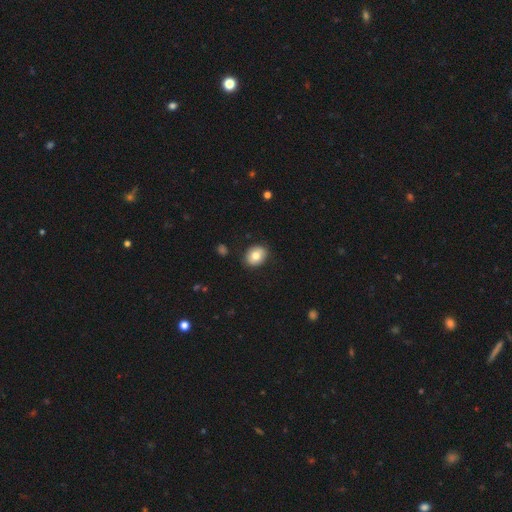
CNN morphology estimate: Smooth or featured: smooth — 78% (featured or disk — 14%)
How rounded: in between — 54% (round — 45%)
Merging: none — 87% (minor disturbance — 10%)